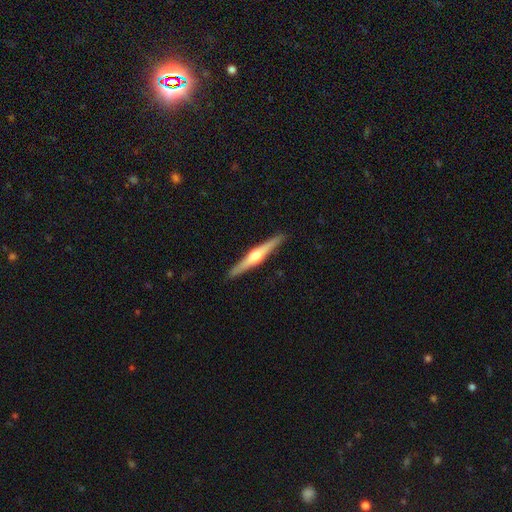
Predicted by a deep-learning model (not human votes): Smooth or featured? featured or disk (73%)
Edge-on disk? yes (98%)
Edge-on bulge? rounded (93%)
Merging? none (92%)